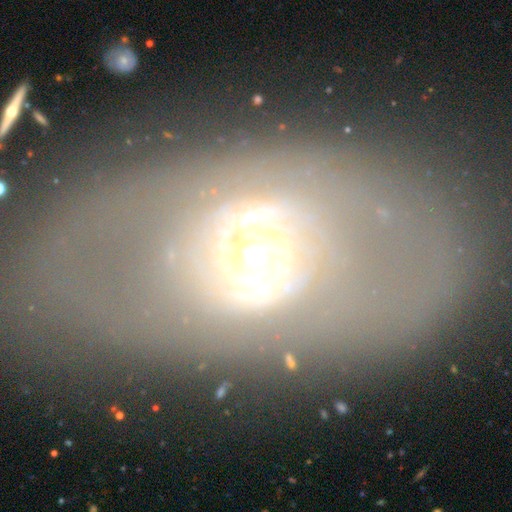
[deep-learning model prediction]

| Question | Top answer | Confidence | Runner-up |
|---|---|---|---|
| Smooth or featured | featured or disk | 80% | smooth (12%) |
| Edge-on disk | no | 96% | yes (4%) |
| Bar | no | 65% | weak (25%) |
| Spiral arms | yes | 85% | no (15%) |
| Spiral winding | tight | 60% | medium (28%) |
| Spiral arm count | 2 | 35% | can't tell (30%) |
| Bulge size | moderate | 65% | large (16%) |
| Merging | none | 57% | major disturbance (20%) |